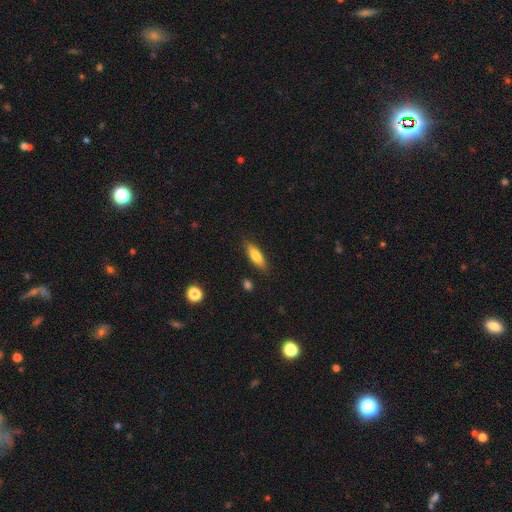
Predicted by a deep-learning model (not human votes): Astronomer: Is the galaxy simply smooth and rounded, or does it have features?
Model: smooth — 74%.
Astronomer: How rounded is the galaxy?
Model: cigar-shaped — 52% (runner-up: in between, 46%).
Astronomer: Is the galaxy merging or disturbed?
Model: none — 85%.